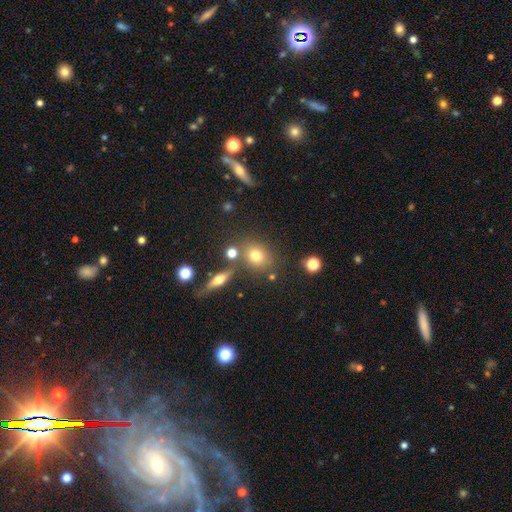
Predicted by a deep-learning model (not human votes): Smooth or featured?
  - smooth: 72% *
  - star or artifact: 14%
  - featured or disk: 14%
How rounded?
  - round: 59% *
  - in between: 38%
  - cigar-shaped: 3%
Merging?
  - none: 70% *
  - merger: 13%
  - minor disturbance: 12%
  - major disturbance: 5%